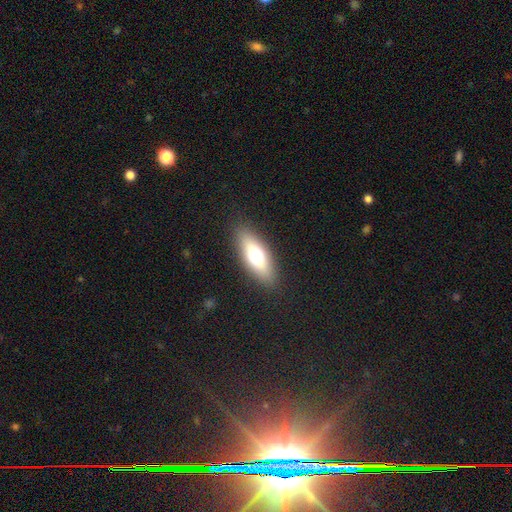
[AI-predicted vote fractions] This appears to be a smooth galaxy with no disk features (62%) that is in between round and cigar-shaped (63%). Merging: none (87%).